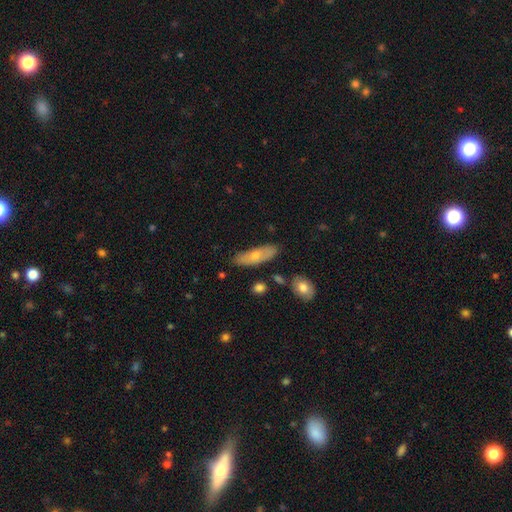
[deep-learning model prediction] A smooth galaxy with no disk features (64%) that is in between round and cigar-shaped (58%).

Vote fractions:
- Smooth or featured? smooth: 64% / featured or disk: 30% / star or artifact: 7%
- How rounded? in between: 58% / cigar-shaped: 39% / round: 3%
- Merging? none: 76% / minor disturbance: 17% / merger: 3% / major disturbance: 3%